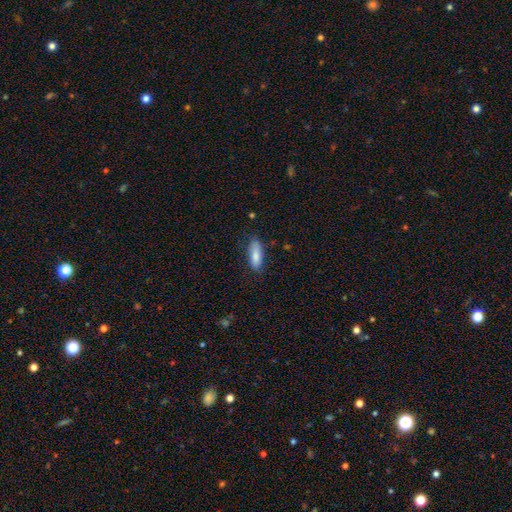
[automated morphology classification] type=smooth (85%); roundness=in between (66%); merging=none (78%).